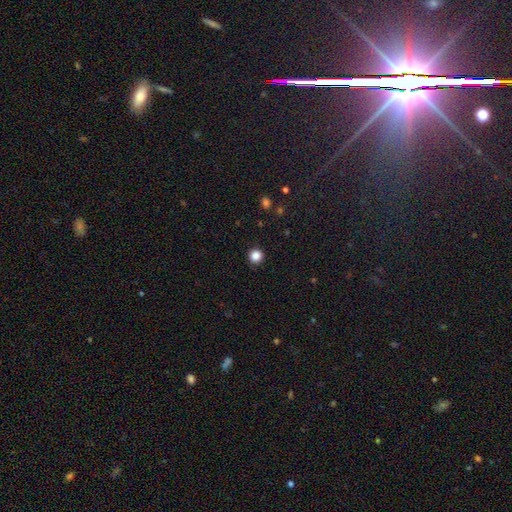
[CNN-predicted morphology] Smooth or featured? Predicted: smooth (p=0.86). How rounded? Predicted: round (p=0.95). Merging? Predicted: none (p=0.93).